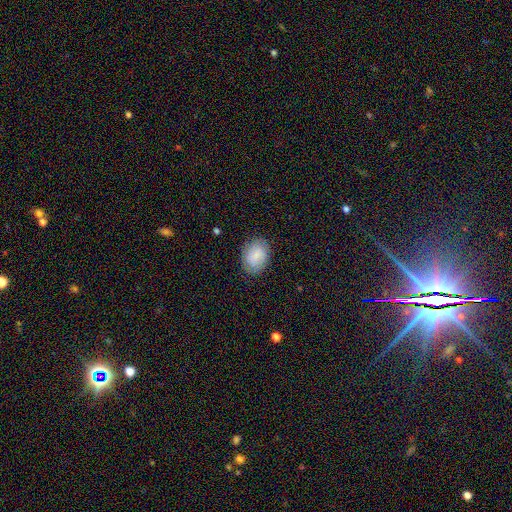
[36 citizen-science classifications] Overall: smooth (83%). How rounded: in between (70%; round 30%). Merging: none (88%).